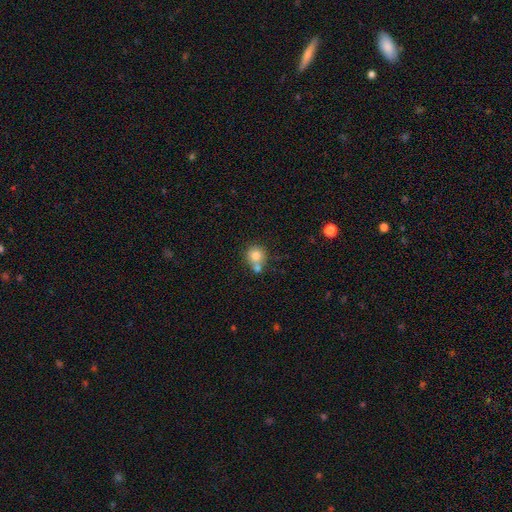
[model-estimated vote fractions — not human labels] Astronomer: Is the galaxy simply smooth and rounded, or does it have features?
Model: smooth — 77%.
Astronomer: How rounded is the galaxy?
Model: round — 88%.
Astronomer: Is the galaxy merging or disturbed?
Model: none — 48% (runner-up: merger, 39%).